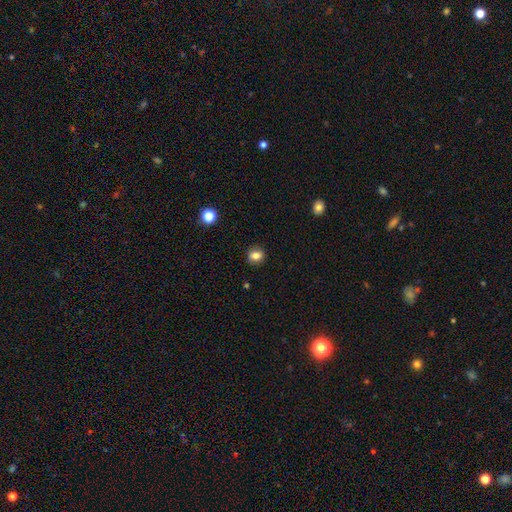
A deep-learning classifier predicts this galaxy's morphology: Overall: smooth (81%). How rounded: round (64%; in between 35%). Merging: none (87%).